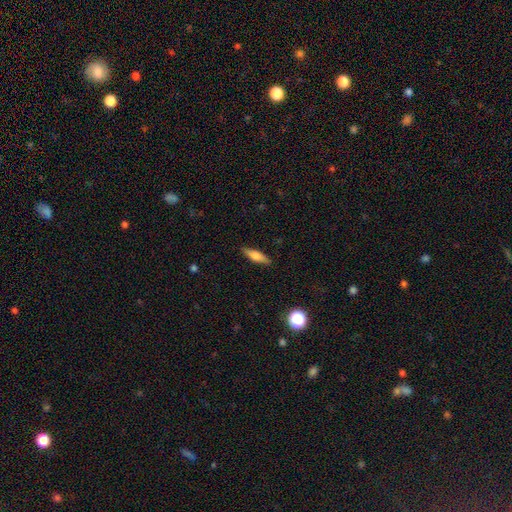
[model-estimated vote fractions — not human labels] A smooth galaxy with no disk features (64%) that is cigar-shaped (63%).

Vote fractions:
- Smooth or featured? smooth: 64% / featured or disk: 29% / star or artifact: 7%
- How rounded? cigar-shaped: 63% / in between: 34% / round: 3%
- Merging? none: 88% / minor disturbance: 9% / major disturbance: 2% / merger: 1%